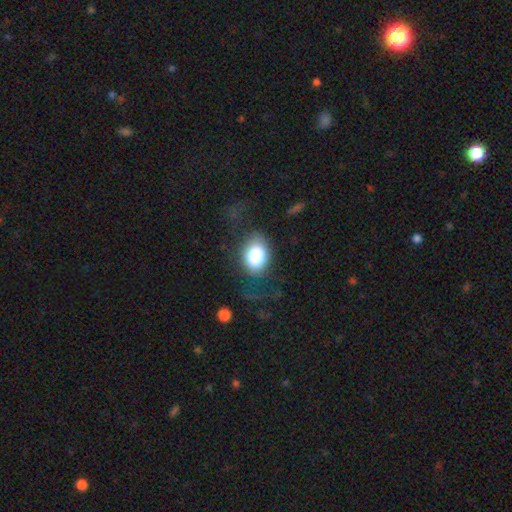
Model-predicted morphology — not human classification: Q: Smooth or featured?
A: smooth (80%); runner-up: featured or disk (12%)
Q: How rounded?
A: in between (71%); runner-up: round (28%)
Q: Merging?
A: none (58%); runner-up: major disturbance (21%)